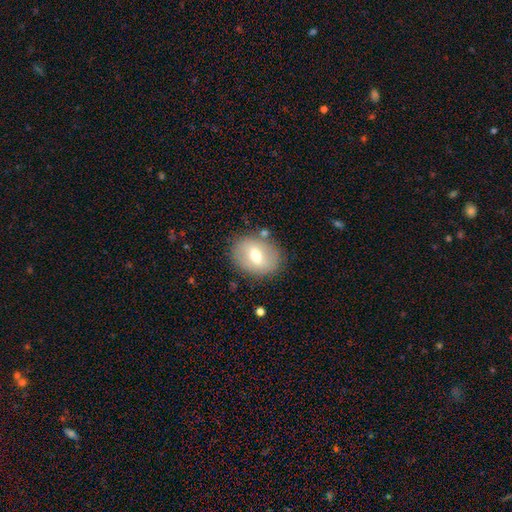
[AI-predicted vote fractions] Q: Smooth or featured?
A: smooth (59%); runner-up: featured or disk (33%)
Q: How rounded?
A: in between (58%); runner-up: round (41%)
Q: Merging?
A: none (81%); runner-up: minor disturbance (12%)